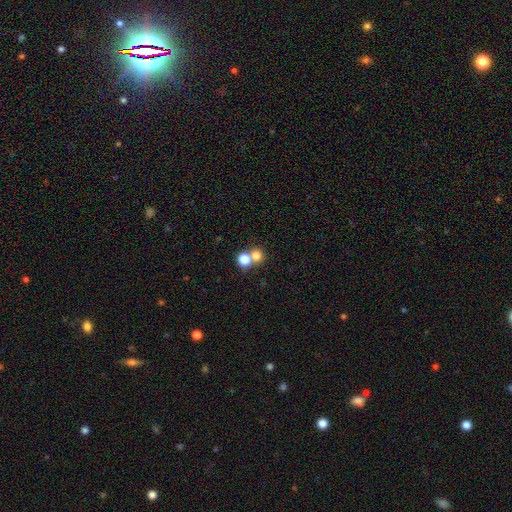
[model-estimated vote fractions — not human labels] A smooth galaxy with no disk features (76%) that is round (86%). Merging: none (49%).